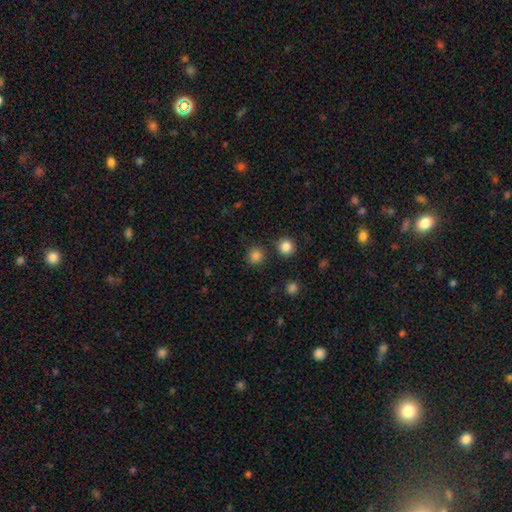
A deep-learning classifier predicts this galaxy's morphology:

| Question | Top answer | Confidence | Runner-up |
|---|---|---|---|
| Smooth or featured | smooth | 82% | star or artifact (14%) |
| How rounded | round | 92% | in between (8%) |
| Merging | none | 85% | minor disturbance (8%) |